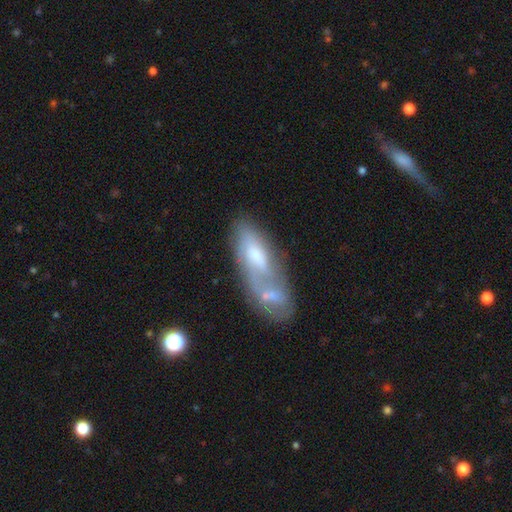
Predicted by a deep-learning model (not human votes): smooth 48%, featured or disk 45%, star or artifact 7%. Down the decision tree: merging — merger (49%).